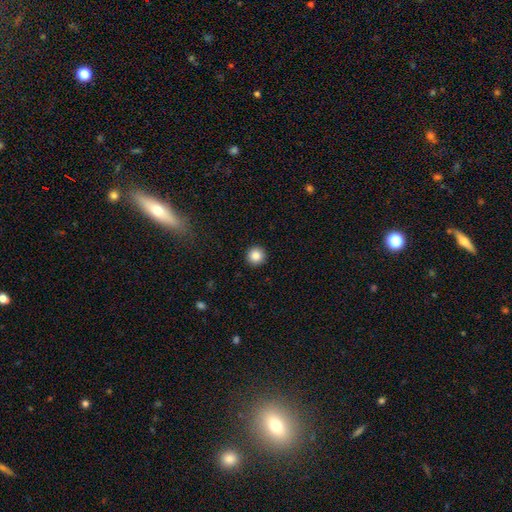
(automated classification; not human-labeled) The model was most divided on "smooth or featured": smooth: 86%, star or artifact: 10%, featured or disk: 4%. More confident: how rounded — round (96%); merging — none (93%).